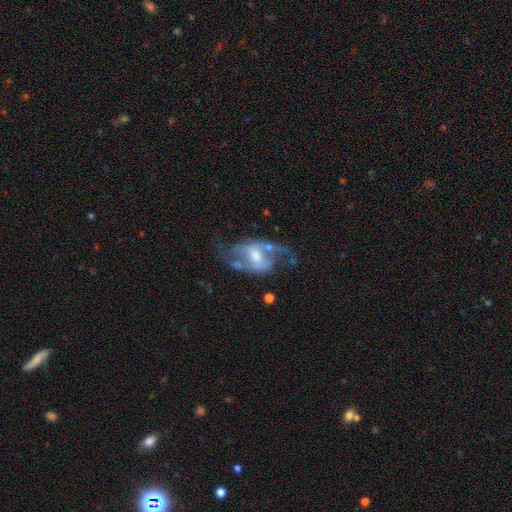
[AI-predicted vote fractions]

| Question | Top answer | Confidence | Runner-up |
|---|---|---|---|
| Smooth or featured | featured or disk | 81% | smooth (12%) |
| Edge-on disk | no | 95% | yes (5%) |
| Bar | weak | 44% | no (33%) |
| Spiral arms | yes | 84% | no (16%) |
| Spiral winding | loose | 45% | medium (43%) |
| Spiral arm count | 2 | 84% | can't tell (8%) |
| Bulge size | moderate | 56% | small (25%) |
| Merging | none | 50% | major disturbance (22%) |